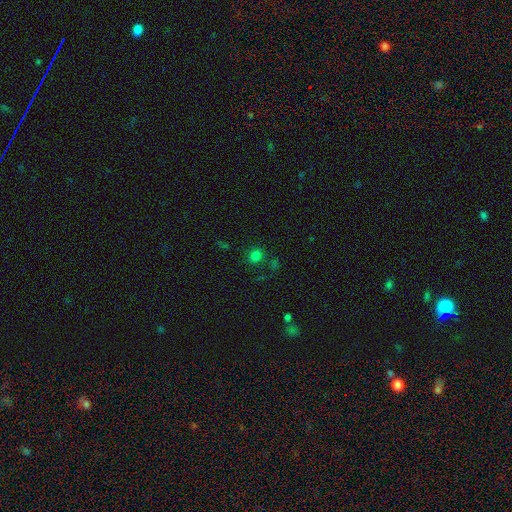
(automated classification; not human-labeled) Smooth or featured? Predicted: smooth (p=0.73). How rounded? Predicted: round (p=0.72). Merging? Predicted: none (p=0.77).